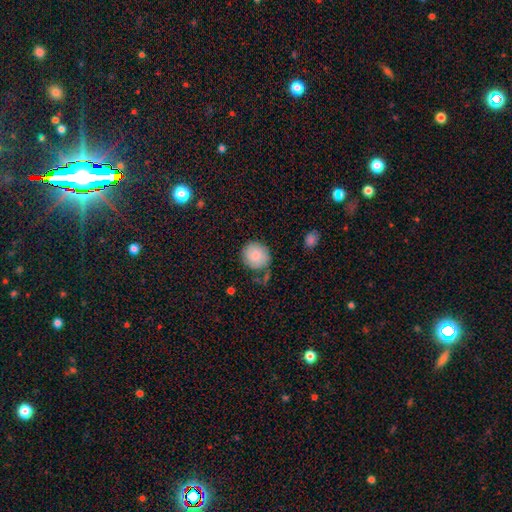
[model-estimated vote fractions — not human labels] Smooth or featured? smooth (82%)
How rounded? round (85%)
Merging? none (61%)